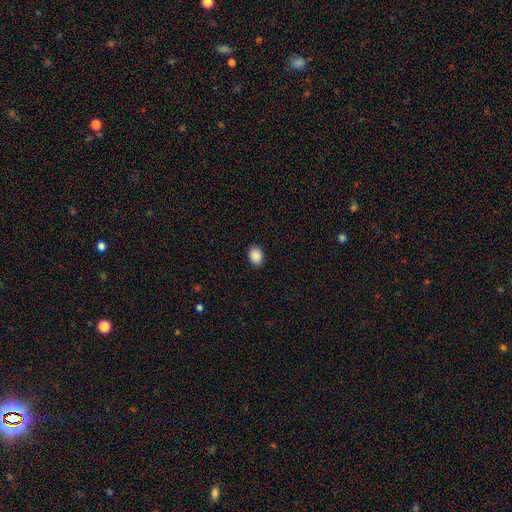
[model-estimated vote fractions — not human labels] Overall: smooth (89%). How rounded: in between (66%; round 33%). Merging: none (89%).